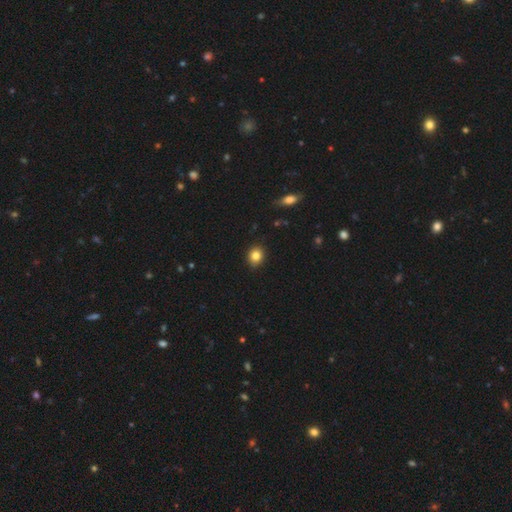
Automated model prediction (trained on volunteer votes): smooth_or_featured: smooth (p=0.84) [alt: star or artifact p=0.10]
how_rounded: round (p=0.68) [alt: in between p=0.31]
merging: none (p=0.89) [alt: minor disturbance p=0.08]